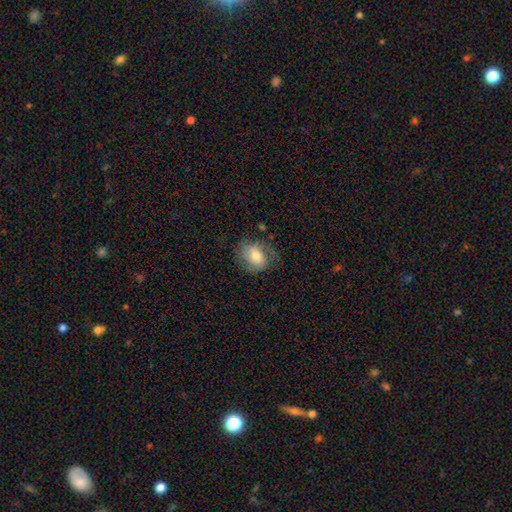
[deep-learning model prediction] smooth_or_featured: smooth (p=0.53) [alt: featured or disk p=0.39]
how_rounded: in between (p=0.63) [alt: round p=0.36]
merging: none (p=0.60) [alt: minor disturbance p=0.24]